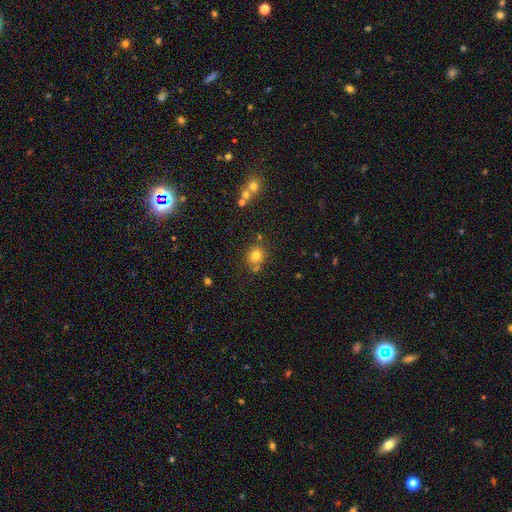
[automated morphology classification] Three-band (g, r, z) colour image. It shows a smooth galaxy with no disk features (78%) that is round (79%). Merging: none (70%).